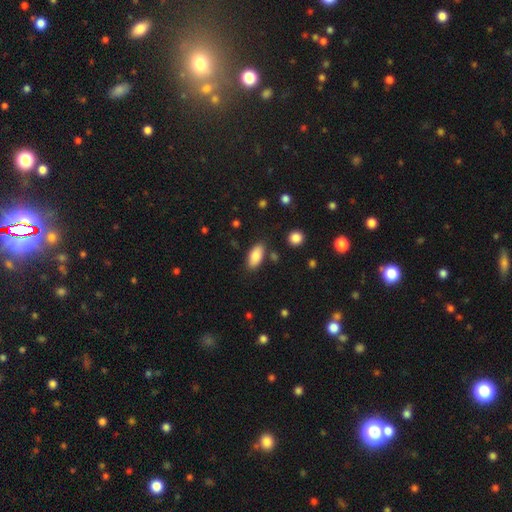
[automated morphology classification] Overall: smooth (85%). How rounded: in between (89%). Merging: none (81%).